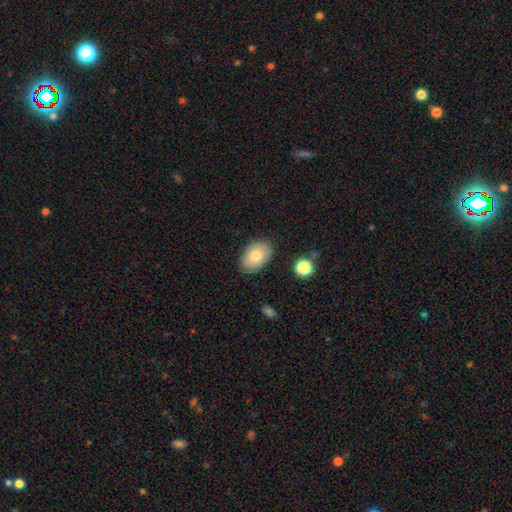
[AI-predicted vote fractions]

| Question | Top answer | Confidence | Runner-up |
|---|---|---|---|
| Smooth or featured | smooth | 80% | featured or disk (13%) |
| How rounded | in between | 88% | round (11%) |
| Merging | none | 83% | minor disturbance (13%) |